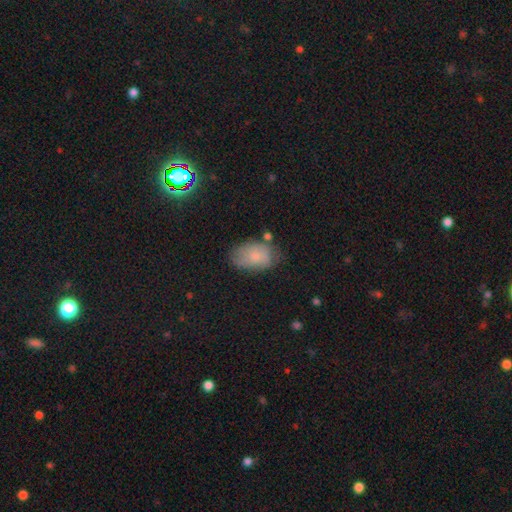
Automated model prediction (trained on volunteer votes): A smooth galaxy with no disk features (71%) that is in between round and cigar-shaped (89%). Merging: none (60%).